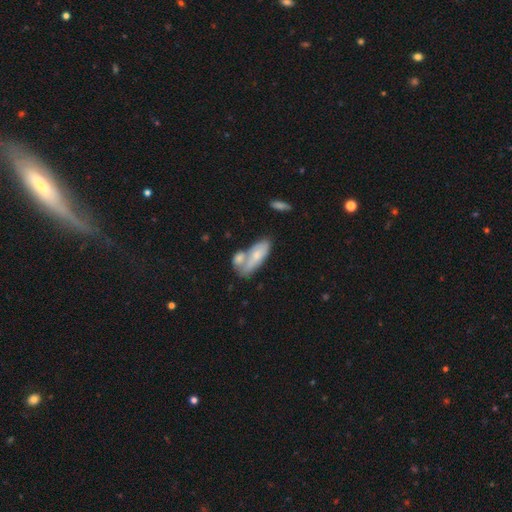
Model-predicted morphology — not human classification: This is likely a smooth galaxy (63%). How rounded: likely in between (76%). Merging: possibly merger (46%).